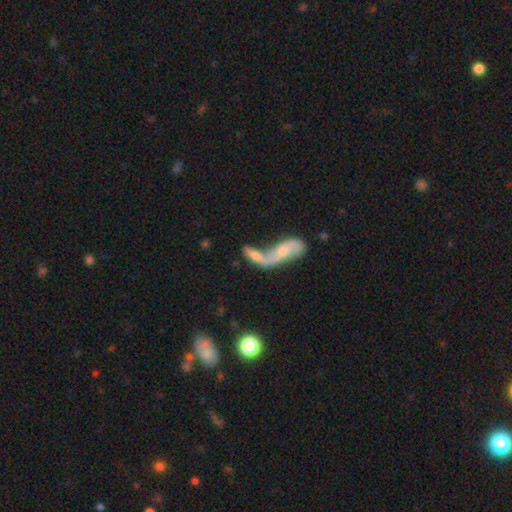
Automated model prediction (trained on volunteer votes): Smooth or featured? Predicted: smooth (p=0.54). How rounded? Predicted: in between (p=0.55). Merging? Predicted: merger (p=0.69).